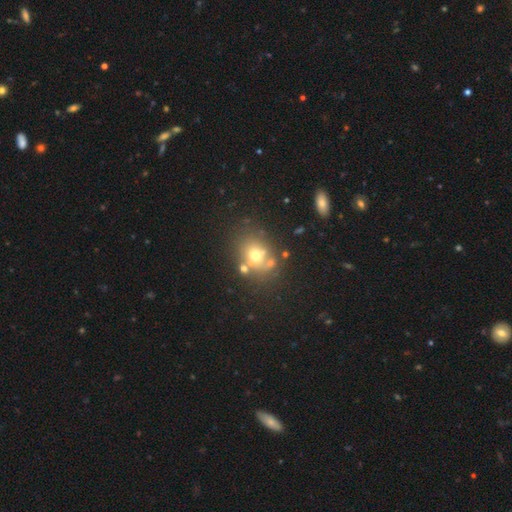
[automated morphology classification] type=smooth (59%); roundness=round (54%); merging=none (58%).